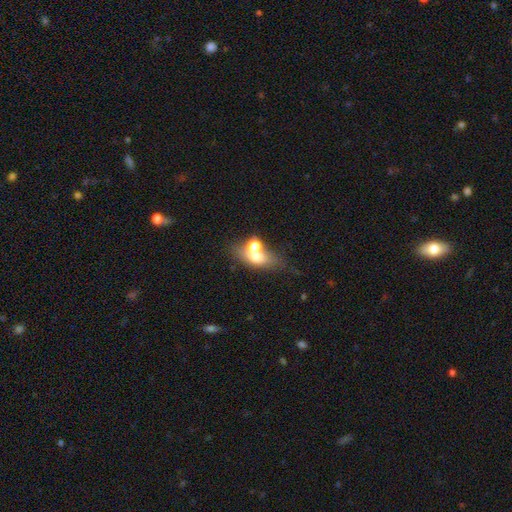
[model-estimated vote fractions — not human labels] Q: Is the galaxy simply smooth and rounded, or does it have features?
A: smooth — 60%.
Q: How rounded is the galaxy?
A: in between — 65%.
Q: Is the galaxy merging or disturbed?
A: merger — 43%.